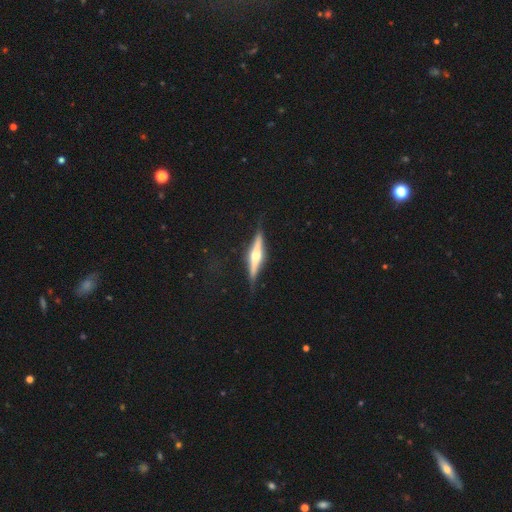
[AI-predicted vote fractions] Smooth or featured?
  - featured or disk: 76% *
  - smooth: 19%
  - star or artifact: 5%
Edge-on disk?
  - yes: 97% *
  - no: 3%
Edge-on bulge?
  - rounded: 90% *
  - boxy: 8%
  - none: 3%
Merging?
  - none: 84% *
  - minor disturbance: 12%
  - major disturbance: 3%
  - merger: 1%